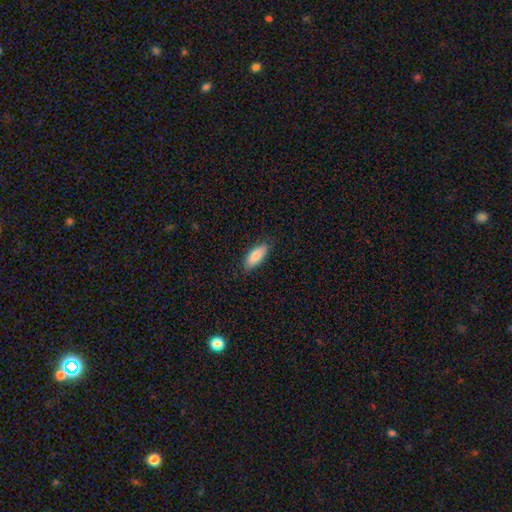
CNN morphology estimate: Overall: smooth (85%). How rounded: in between (78%). Merging: none (86%).